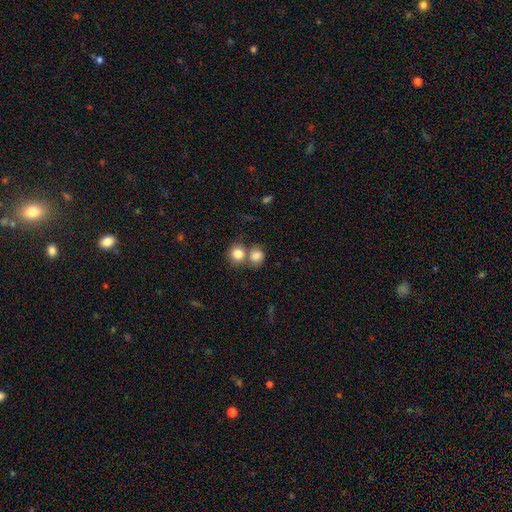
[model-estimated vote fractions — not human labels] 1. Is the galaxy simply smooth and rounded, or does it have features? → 82% smooth, 10% star or artifact, 8% featured or disk.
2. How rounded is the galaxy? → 79% round, 20% in between, 1% cigar-shaped.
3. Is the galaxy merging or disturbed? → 46% merger, 41% none, 9% minor disturbance, 4% major disturbance.